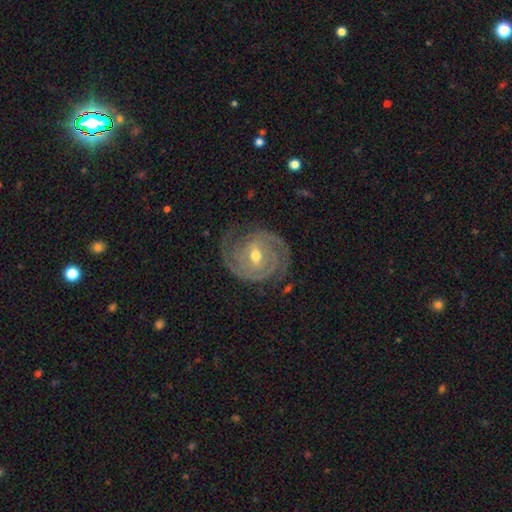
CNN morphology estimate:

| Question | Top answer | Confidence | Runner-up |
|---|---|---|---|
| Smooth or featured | featured or disk | 91% | smooth (5%) |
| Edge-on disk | no | 97% | yes (3%) |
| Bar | weak | 50% | strong (28%) |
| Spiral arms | yes | 98% | no (2%) |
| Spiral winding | tight | 74% | medium (22%) |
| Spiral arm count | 2 | 75% | 3 (9%) |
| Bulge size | moderate | 67% | small (29%) |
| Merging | none | 79% | minor disturbance (14%) |